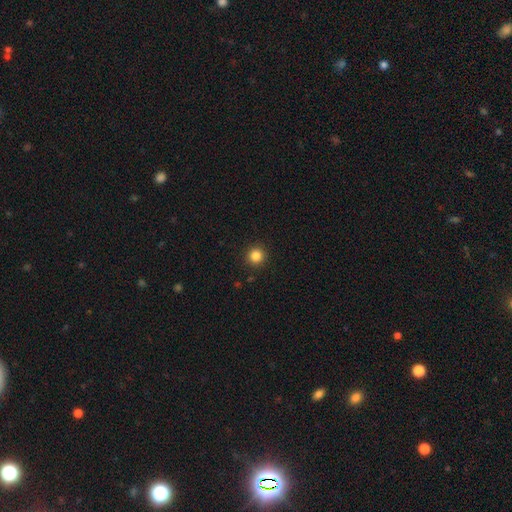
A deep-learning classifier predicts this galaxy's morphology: smooth_or_featured: smooth (p=0.84) [alt: star or artifact p=0.12]
how_rounded: round (p=0.95) [alt: in between p=0.04]
merging: none (p=0.93) [alt: minor disturbance p=0.05]